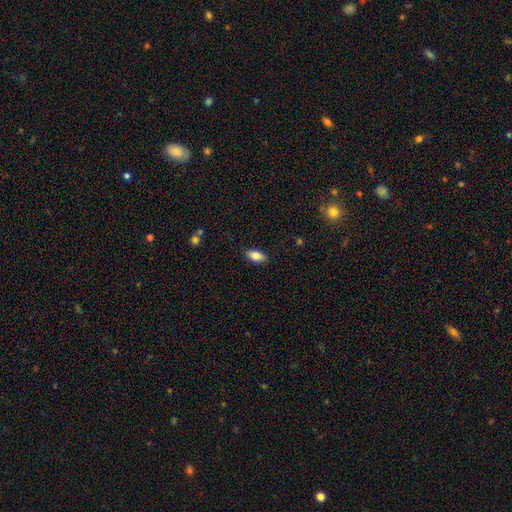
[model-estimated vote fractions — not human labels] smooth 85%, featured or disk 8%, star or artifact 7%. Down the decision tree: how rounded — in between (91%); merging — none (87%).